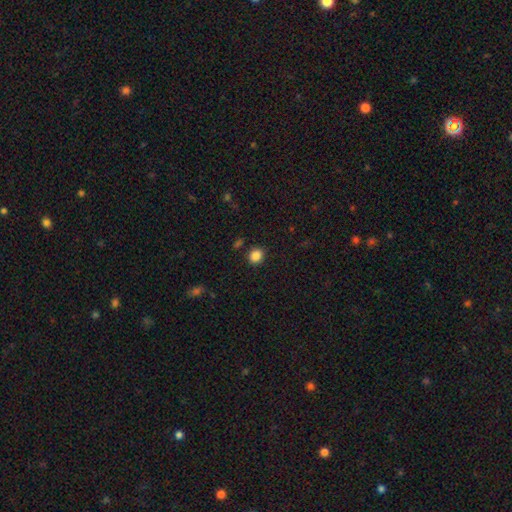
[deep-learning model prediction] smooth_or_featured: smooth (p=0.86) [alt: star or artifact p=0.10]
how_rounded: round (p=0.70) [alt: in between p=0.29]
merging: none (p=0.88) [alt: minor disturbance p=0.08]